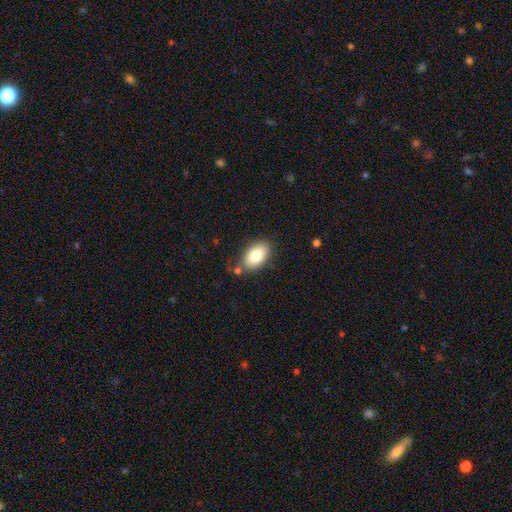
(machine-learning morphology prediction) This is likely a smooth galaxy (80%). How rounded: clearly in between (93%). Merging: likely none (75%).